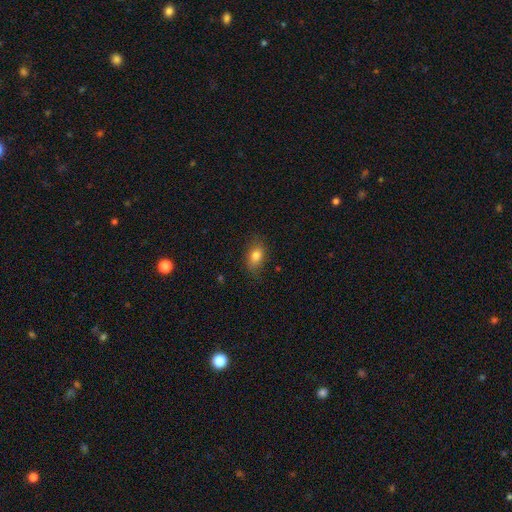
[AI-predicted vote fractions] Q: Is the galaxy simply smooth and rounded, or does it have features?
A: smooth — 79%.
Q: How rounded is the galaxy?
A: in between — 81%.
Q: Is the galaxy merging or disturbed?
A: none — 78%.